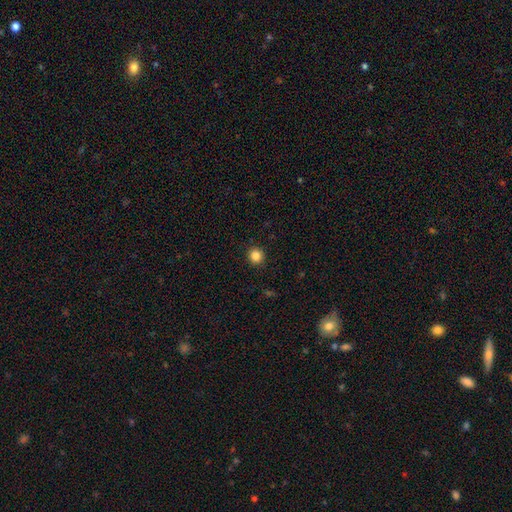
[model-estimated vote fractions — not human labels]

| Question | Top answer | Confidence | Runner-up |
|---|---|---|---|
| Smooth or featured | smooth | 85% | star or artifact (11%) |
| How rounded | round | 92% | in between (7%) |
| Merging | none | 92% | minor disturbance (5%) |